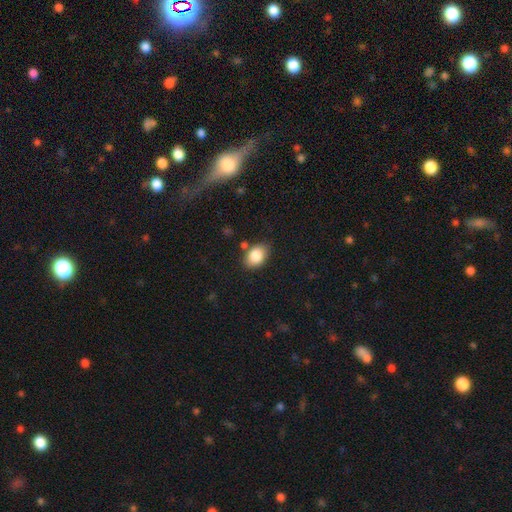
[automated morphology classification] Smooth or featured? smooth (85%)
How rounded? in between (83%)
Merging? none (78%)